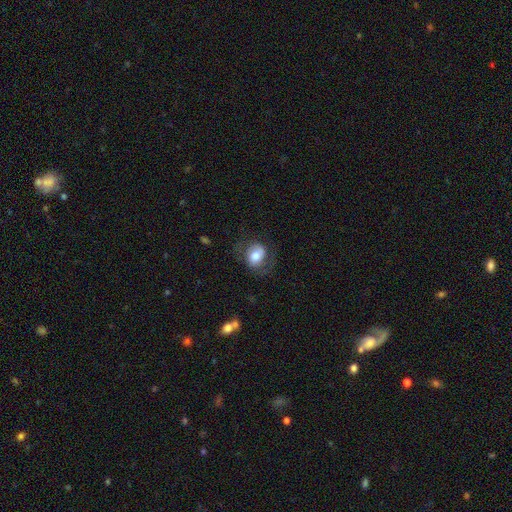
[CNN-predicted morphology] This appears to be a smooth galaxy with no disk features (64%) that is in between round and cigar-shaped (57%). Merging: none (62%).